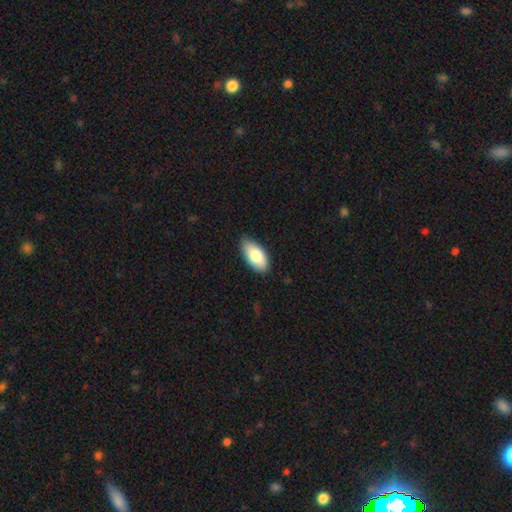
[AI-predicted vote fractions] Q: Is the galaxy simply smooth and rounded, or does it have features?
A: smooth — 79%.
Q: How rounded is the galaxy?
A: in between — 93%.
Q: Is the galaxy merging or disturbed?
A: none — 83%.